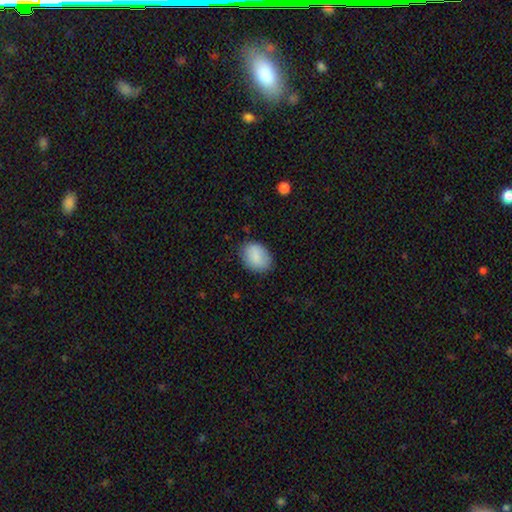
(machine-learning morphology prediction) smooth-or-featured: smooth: 86% | featured or disk: 7% | star or artifact: 7%
  how-rounded: in between: 73% | round: 26% | cigar-shaped: 1%
  merging: none: 82% | minor disturbance: 14% | major disturbance: 3% | merger: 1%